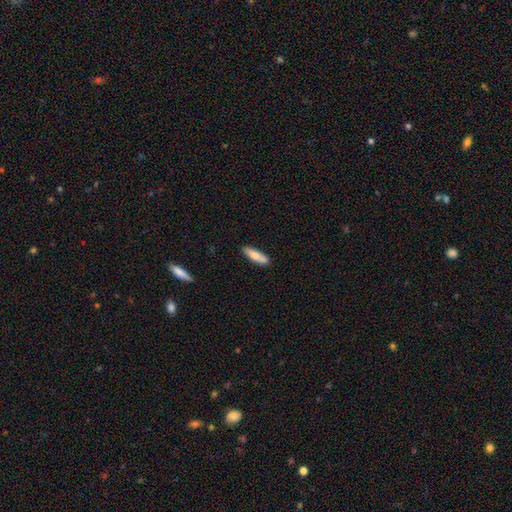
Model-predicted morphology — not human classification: Q: Smooth or featured?
A: smooth (80%); runner-up: featured or disk (14%)
Q: How rounded?
A: cigar-shaped (63%); runner-up: in between (35%)
Q: Merging?
A: none (82%); runner-up: minor disturbance (13%)